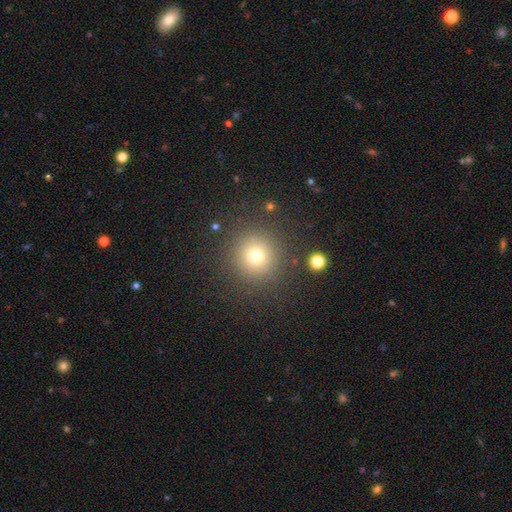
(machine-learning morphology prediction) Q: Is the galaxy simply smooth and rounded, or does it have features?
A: smooth — 74%.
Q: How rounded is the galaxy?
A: round — 95%.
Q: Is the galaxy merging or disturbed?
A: none — 88%.